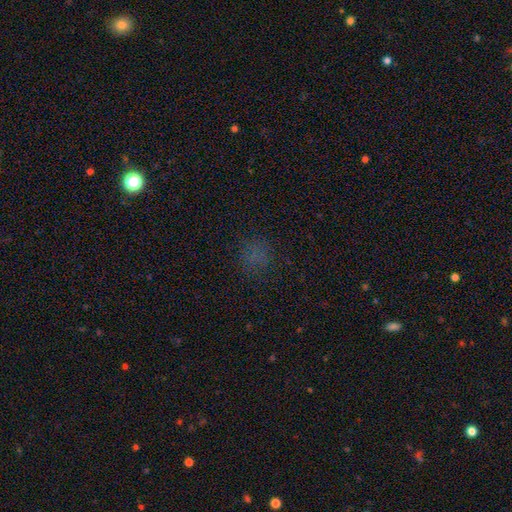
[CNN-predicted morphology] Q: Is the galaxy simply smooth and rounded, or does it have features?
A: smooth — 59%.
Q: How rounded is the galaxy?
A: round — 82%.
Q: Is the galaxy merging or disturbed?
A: none — 77%.